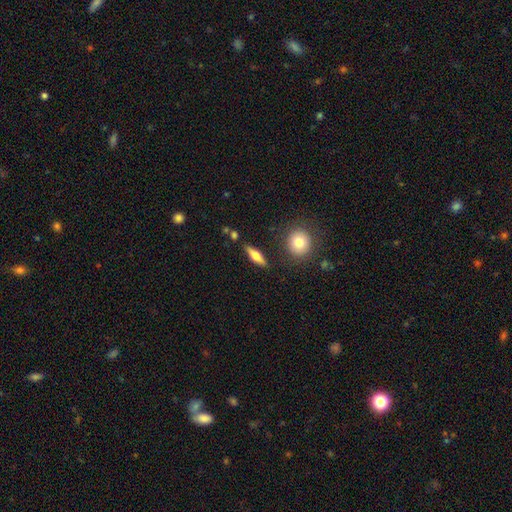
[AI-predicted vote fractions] smooth 49%, featured or disk 44%, star or artifact 7%. Down the decision tree: merging — none (84%).